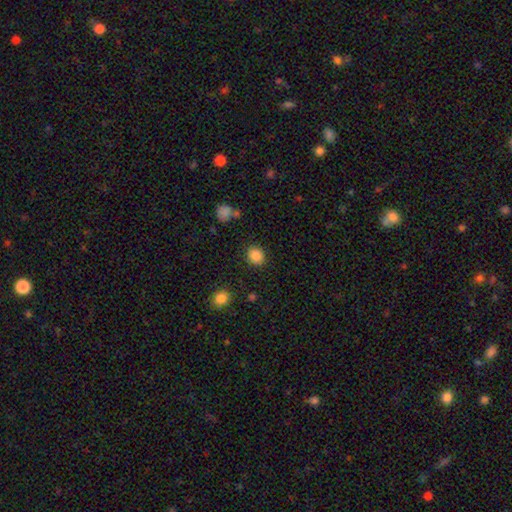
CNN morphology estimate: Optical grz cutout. It shows a smooth galaxy with no disk features (87%) that is round (71%). Merging: none (87%).